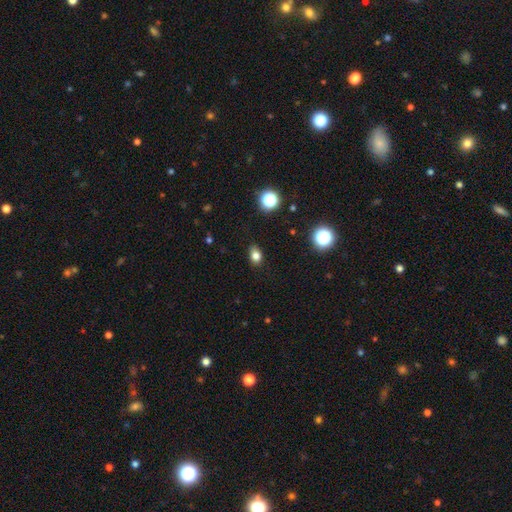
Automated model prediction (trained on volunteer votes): Smooth or featured: smooth — 80% (star or artifact — 14%)
How rounded: in between — 70% (round — 28%)
Merging: none — 84% (minor disturbance — 12%)